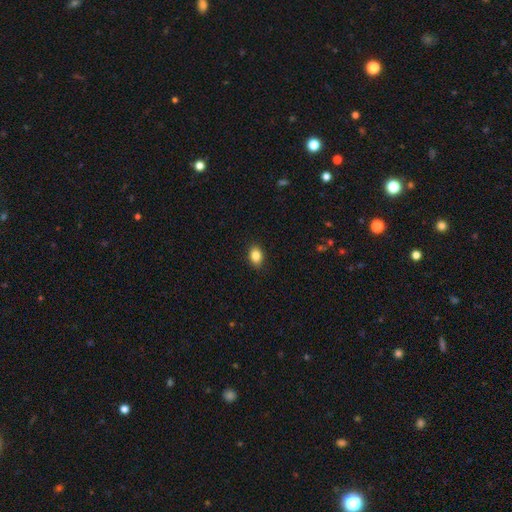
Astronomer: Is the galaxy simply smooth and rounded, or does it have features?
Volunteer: smooth — 84%.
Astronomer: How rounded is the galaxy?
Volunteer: in between — 84%.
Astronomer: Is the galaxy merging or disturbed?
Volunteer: none — 77%.